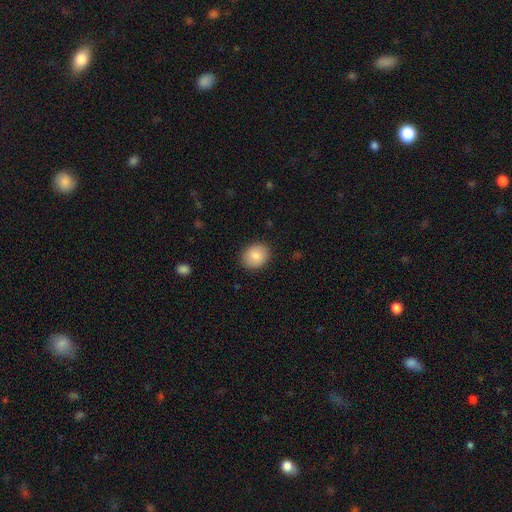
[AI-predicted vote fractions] smooth-or-featured: smooth: 86% | star or artifact: 8% | featured or disk: 7%
  how-rounded: round: 60% | in between: 39% | cigar-shaped: 1%
  merging: none: 88% | minor disturbance: 8% | major disturbance: 2% | merger: 1%